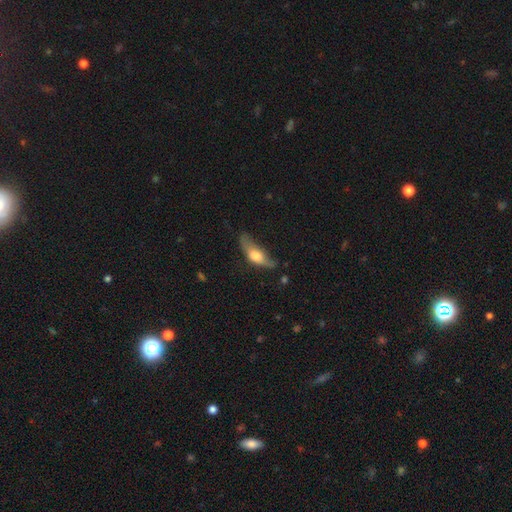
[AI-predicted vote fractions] A smooth galaxy with no disk features (54%) that is in between round and cigar-shaped (59%).

Vote fractions:
- Smooth or featured? smooth: 54% / featured or disk: 39% / star or artifact: 7%
- How rounded? in between: 59% / cigar-shaped: 37% / round: 4%
- Merging? none: 36% / minor disturbance: 33% / major disturbance: 26% / merger: 4%